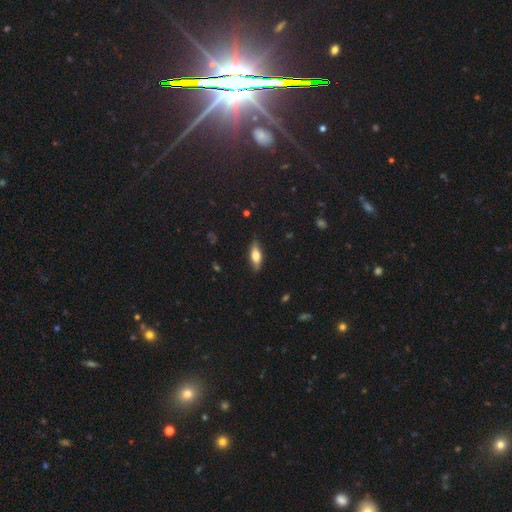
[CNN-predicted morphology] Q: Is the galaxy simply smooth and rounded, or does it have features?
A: smooth — 59%.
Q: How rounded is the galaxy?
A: in between — 66%.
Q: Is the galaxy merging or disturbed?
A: none — 83%.